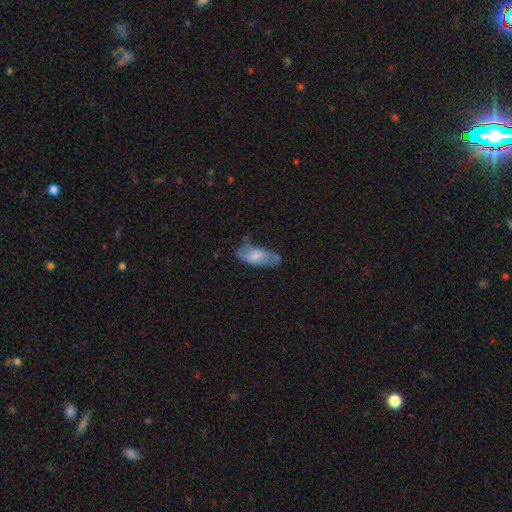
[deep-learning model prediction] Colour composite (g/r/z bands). It shows a smooth galaxy with no disk features (51%) that is in between round and cigar-shaped (79%). Merging: none (42%).